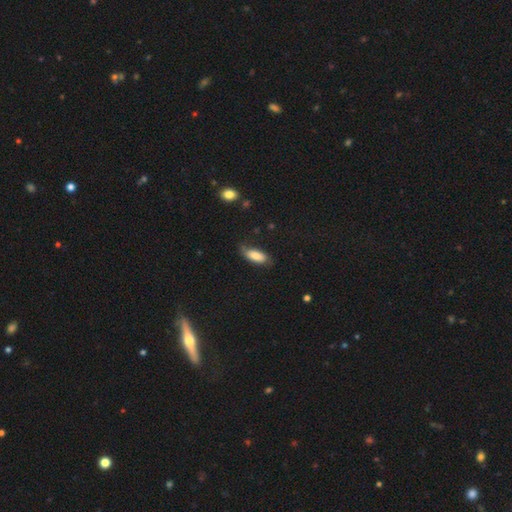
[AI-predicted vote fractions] Morphology: type=smooth (77%); roundness=in between (79%); merging=none (63%).